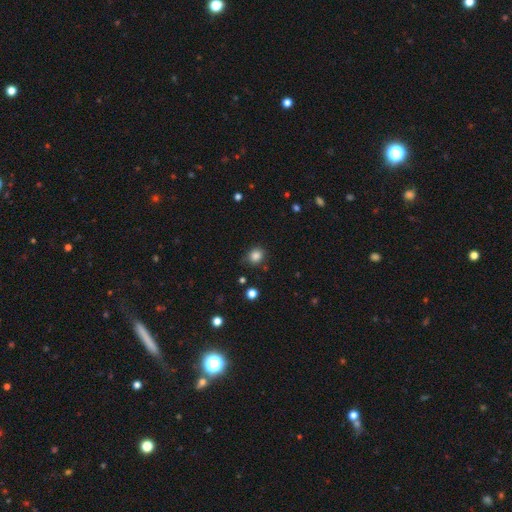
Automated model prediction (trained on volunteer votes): Overall: smooth (84%). How rounded: round (77%). Merging: none (81%).